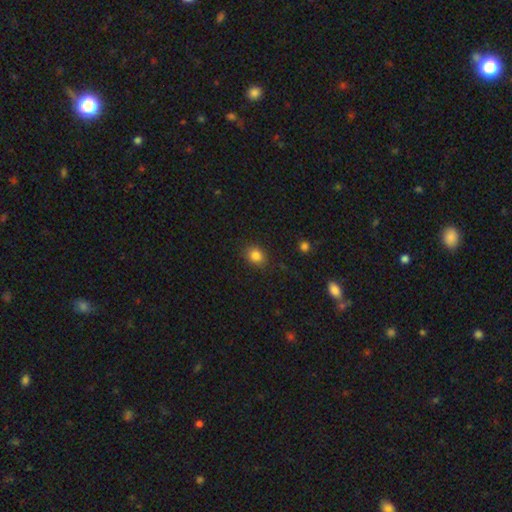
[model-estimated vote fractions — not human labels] Overall: smooth (84%). How rounded: in between (50%; round 49%). Merging: none (86%).